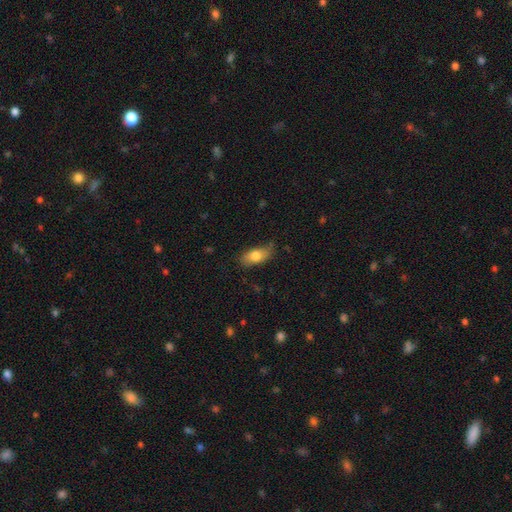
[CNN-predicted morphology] smooth 77%, featured or disk 16%, star or artifact 7%. Down the decision tree: how rounded — in between (87%); merging — none (70%).